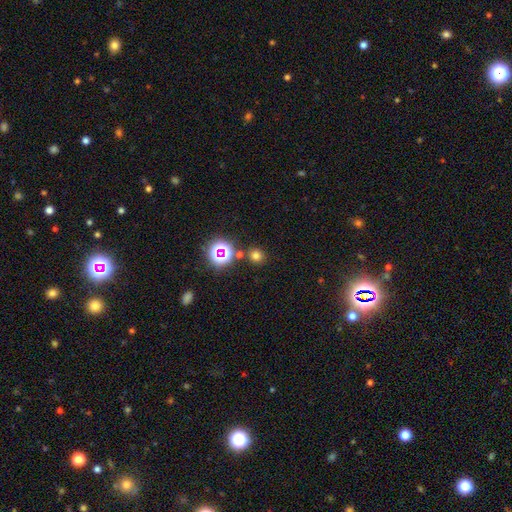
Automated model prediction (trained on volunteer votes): smooth 69%, star or artifact 25%, featured or disk 6%. Down the decision tree: how rounded — round (89%); merging — none (83%).